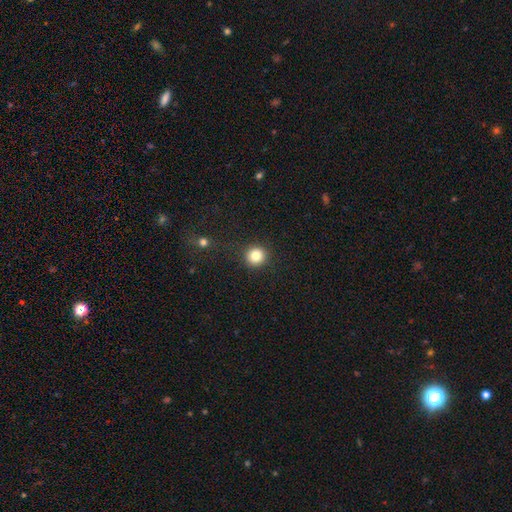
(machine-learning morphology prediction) smooth_or_featured: smooth (p=0.83) [alt: star or artifact p=0.11]
how_rounded: round (p=0.94) [alt: in between p=0.05]
merging: none (p=0.91) [alt: minor disturbance p=0.05]